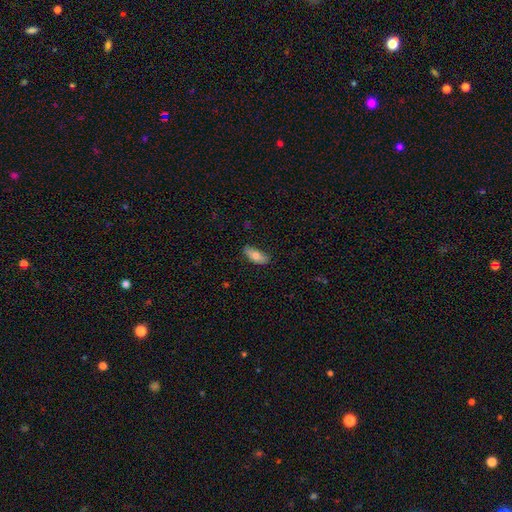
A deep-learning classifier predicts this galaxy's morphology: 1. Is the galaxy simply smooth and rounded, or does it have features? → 73% smooth, 20% featured or disk, 7% star or artifact.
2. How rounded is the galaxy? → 80% in between, 18% cigar-shaped, 3% round.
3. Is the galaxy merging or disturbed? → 71% none, 23% minor disturbance, 4% major disturbance, 2% merger.